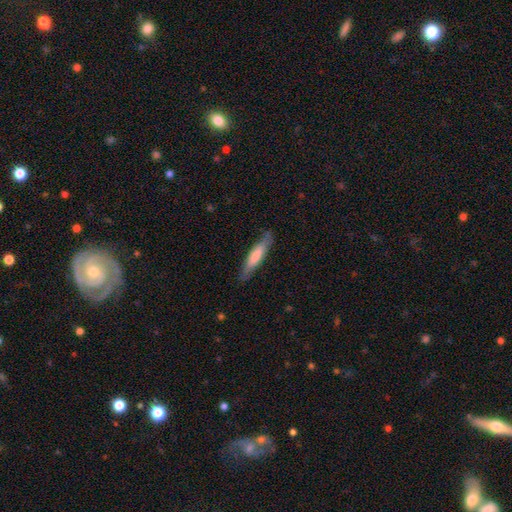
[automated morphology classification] A smooth galaxy with no disk features (68%) that is cigar-shaped (84%). Merging: none (81%).